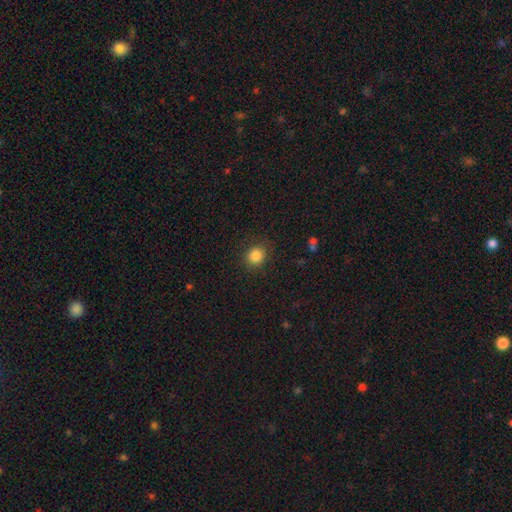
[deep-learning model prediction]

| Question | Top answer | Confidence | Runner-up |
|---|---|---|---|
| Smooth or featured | smooth | 85% | star or artifact (11%) |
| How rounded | round | 81% | in between (18%) |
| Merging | none | 87% | minor disturbance (9%) |